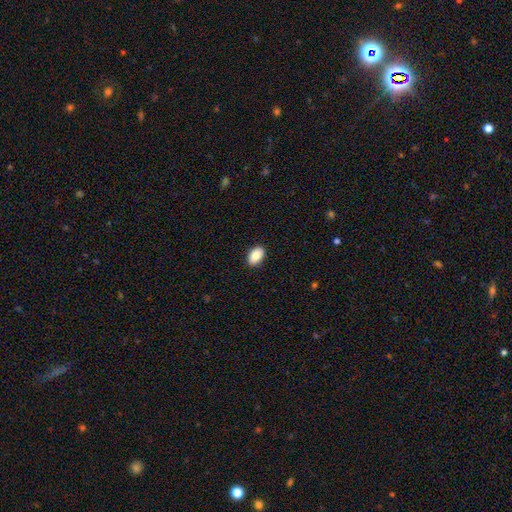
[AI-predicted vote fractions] Smooth or featured? Predicted: smooth (p=0.86). How rounded? Predicted: in between (p=0.89). Merging? Predicted: none (p=0.90).